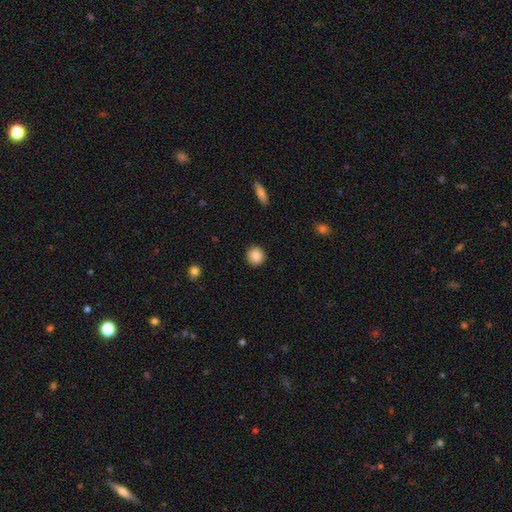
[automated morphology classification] Smooth or featured? Predicted: smooth (p=0.88). How rounded? Predicted: round (p=0.91). Merging? Predicted: none (p=0.89).